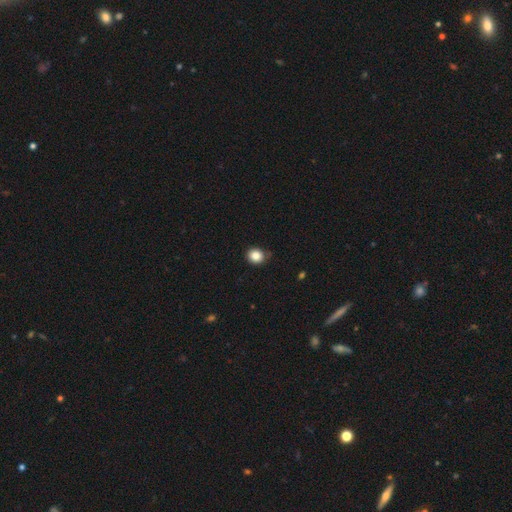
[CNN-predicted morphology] This is clearly a smooth galaxy (85%). How rounded: clearly round (80%). Merging: clearly none (80%).